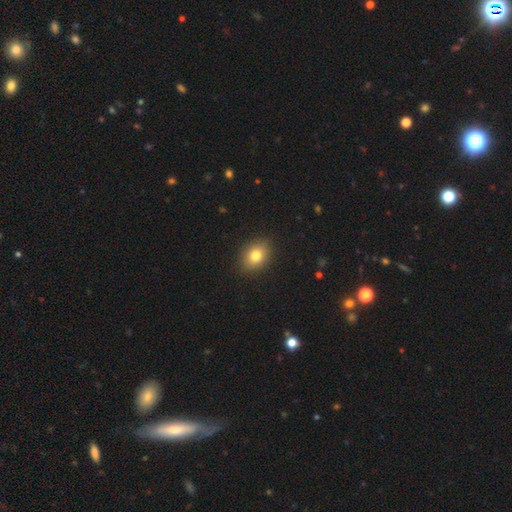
Smooth or featured? 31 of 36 (86%) said smooth. How rounded? 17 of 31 (55%) said in between. Merging? 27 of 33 (82%) said none.